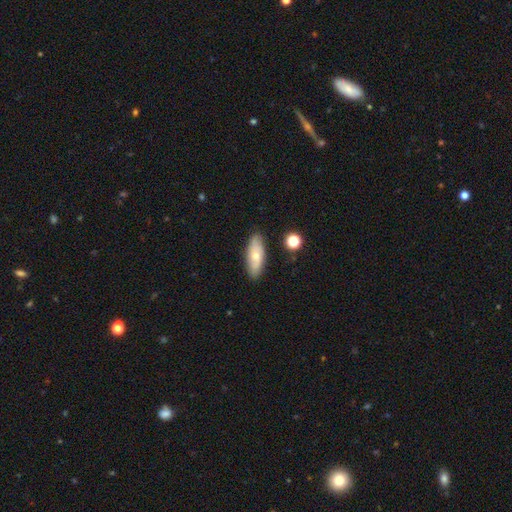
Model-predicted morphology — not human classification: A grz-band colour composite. It shows a smooth galaxy with no disk features (62%) that is in between round and cigar-shaped (70%). Merging: none (85%).